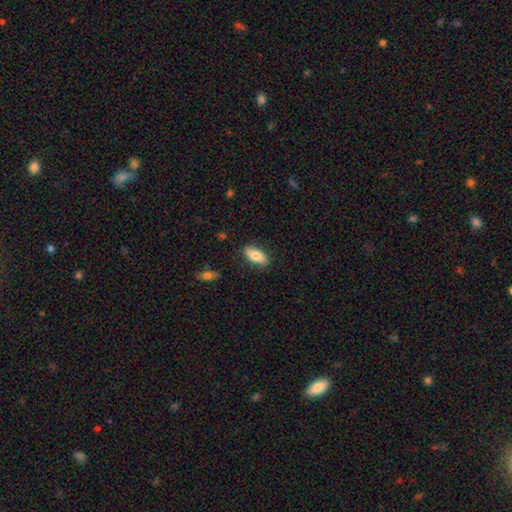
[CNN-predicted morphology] The model was most divided on "smooth or featured": smooth: 78%, featured or disk: 16%, star or artifact: 6%. More confident: how rounded — in between (88%); merging — none (84%).